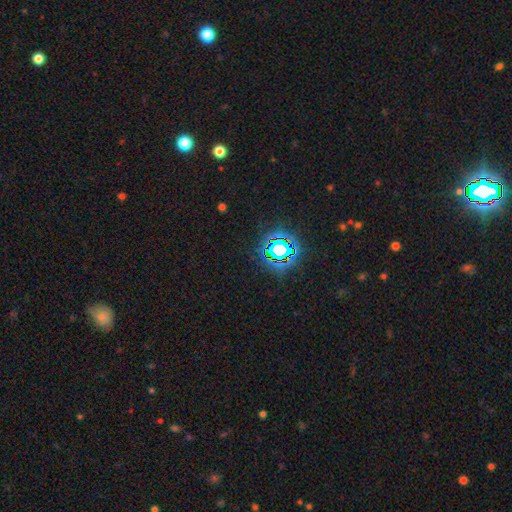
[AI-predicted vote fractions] The model was most divided on "smooth or featured": star or artifact: 82%, smooth: 11%, featured or disk: 7%.